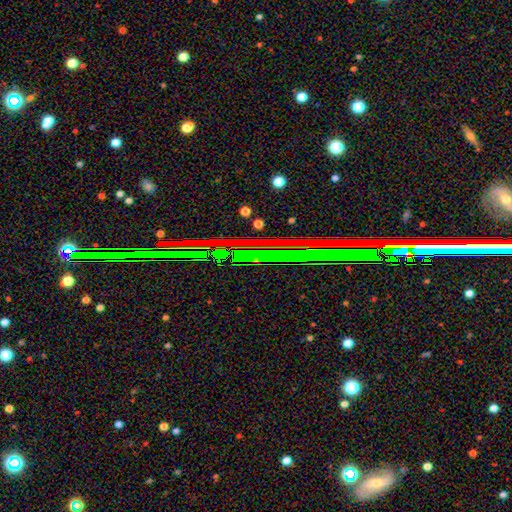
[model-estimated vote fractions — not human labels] Smooth or featured? Predicted: star or artifact (p=0.78).